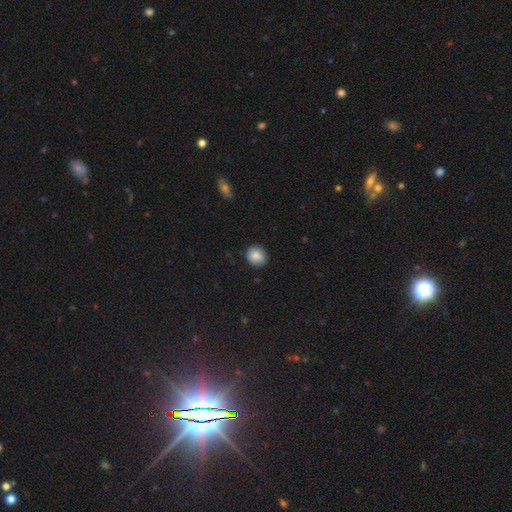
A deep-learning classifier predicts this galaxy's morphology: A smooth galaxy with no disk features (87%) that is round (81%).

Vote fractions:
- Smooth or featured? smooth: 87% / star or artifact: 8% / featured or disk: 5%
- How rounded? round: 81% / in between: 18% / cigar-shaped: 1%
- Merging? none: 88% / minor disturbance: 9% / major disturbance: 2% / merger: 1%